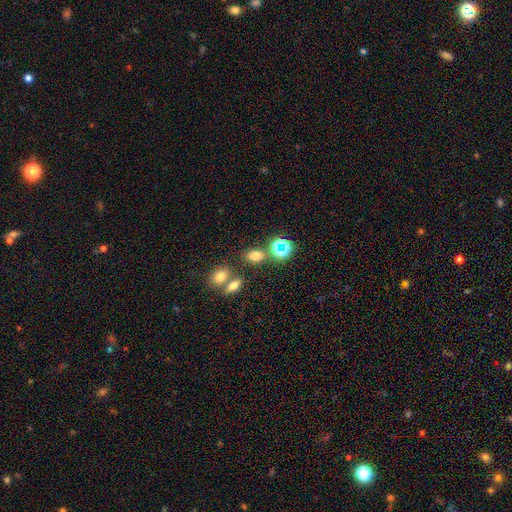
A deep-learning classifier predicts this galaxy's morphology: Overall: smooth (69%). How rounded: in between (73%). Merging: none (67%).